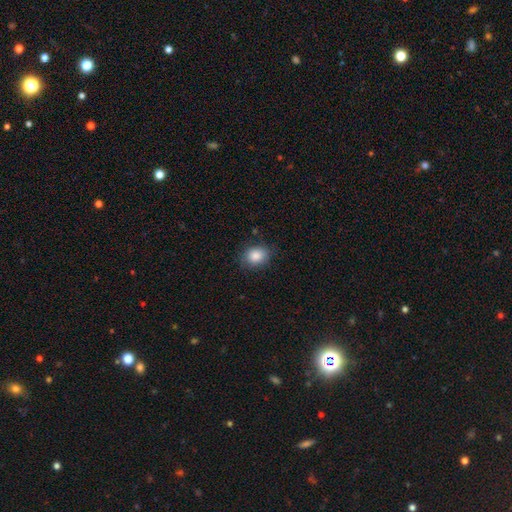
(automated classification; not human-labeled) Q: Smooth or featured?
A: smooth (86%); runner-up: star or artifact (8%)
Q: How rounded?
A: in between (54%); runner-up: round (46%)
Q: Merging?
A: none (80%); runner-up: minor disturbance (16%)